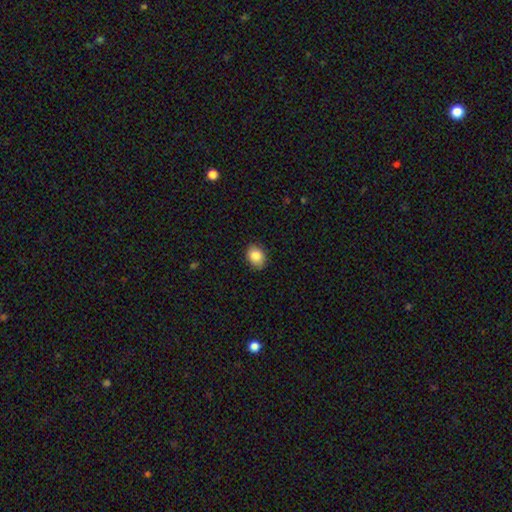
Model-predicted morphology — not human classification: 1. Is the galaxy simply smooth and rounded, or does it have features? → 86% smooth, 8% star or artifact, 6% featured or disk.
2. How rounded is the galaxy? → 61% in between, 38% round, 1% cigar-shaped.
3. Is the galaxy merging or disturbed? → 87% none, 10% minor disturbance, 2% major disturbance, 1% merger.